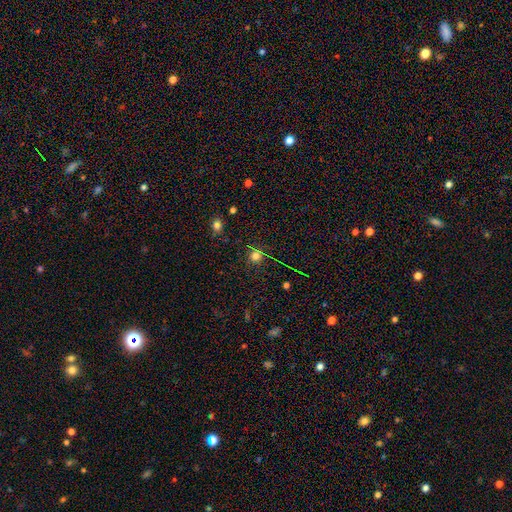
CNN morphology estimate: The model was most divided on "smooth or featured": smooth: 69%, star or artifact: 24%, featured or disk: 7%. More confident: how rounded — round (92%); merging — none (85%).